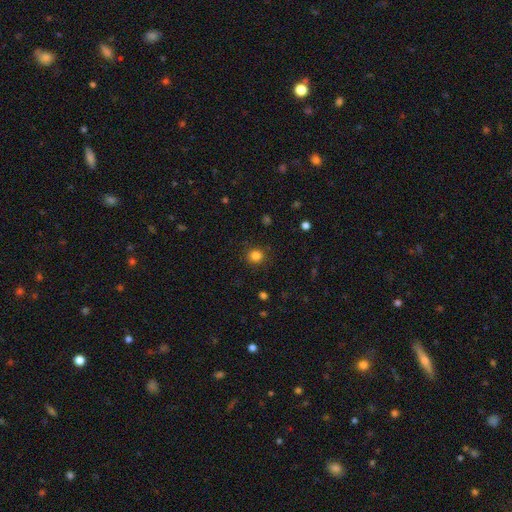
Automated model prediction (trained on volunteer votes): This appears to be a smooth galaxy with no disk features (83%) that is round (92%). Merging: none (90%).